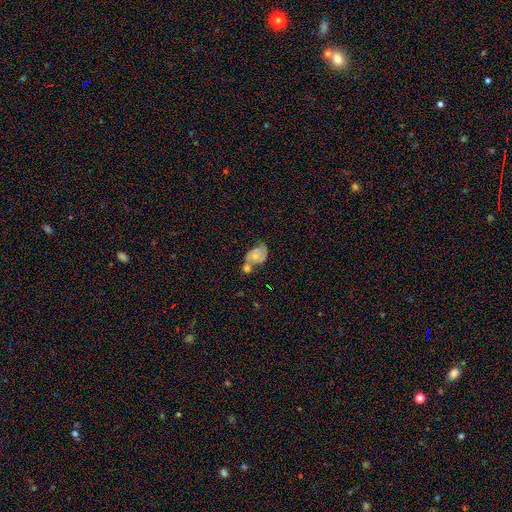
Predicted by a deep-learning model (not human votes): Smooth or featured? Predicted: smooth (p=0.49). Merging? Predicted: merger (p=0.47).